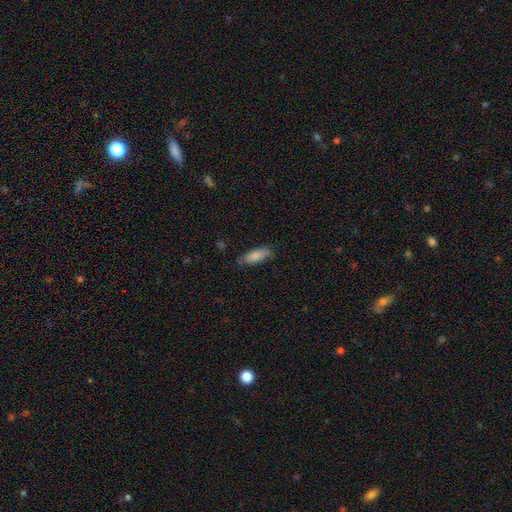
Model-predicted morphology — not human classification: The model was most divided on "how rounded": in between: 65%, cigar-shaped: 33%, round: 2%. More confident: smooth or featured — smooth (80%); merging — none (70%).